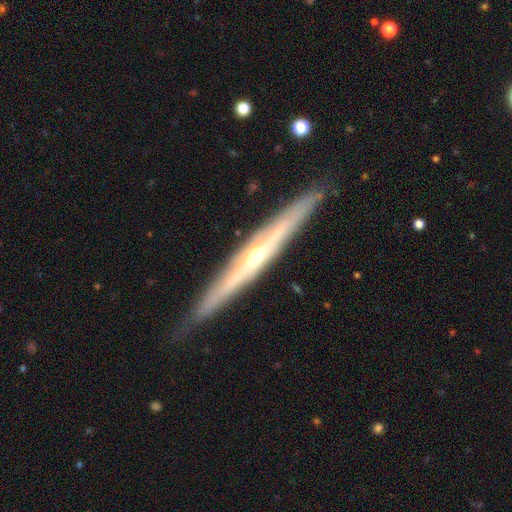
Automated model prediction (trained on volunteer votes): Smooth or featured? Predicted: featured or disk (p=0.79). Edge-on disk? Predicted: yes (p=0.94). Edge-on bulge? Predicted: rounded (p=0.71). Merging? Predicted: none (p=0.87).